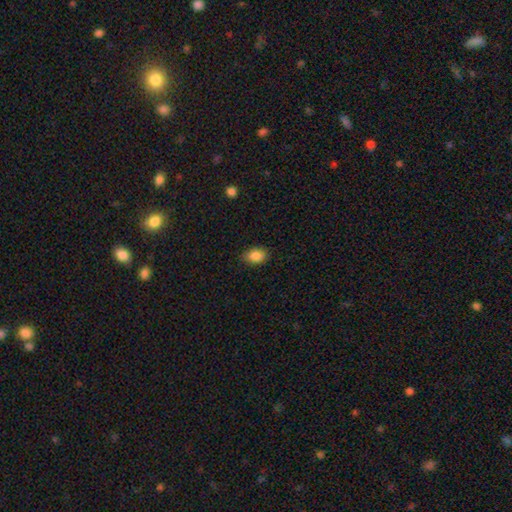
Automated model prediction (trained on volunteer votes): Morphology: type=smooth (86%); roundness=in between (80%); merging=none (85%).